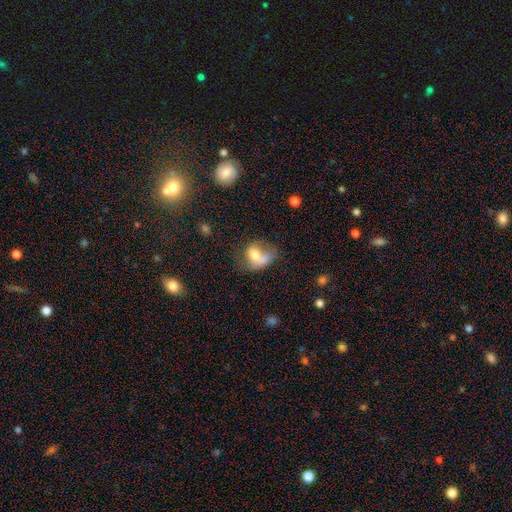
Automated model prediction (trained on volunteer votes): smooth-or-featured: smooth: 63% | featured or disk: 27% | star or artifact: 10%
  how-rounded: in between: 64% | round: 34% | cigar-shaped: 2%
  merging: major disturbance: 31% | minor disturbance: 25% | none: 24% | merger: 20%